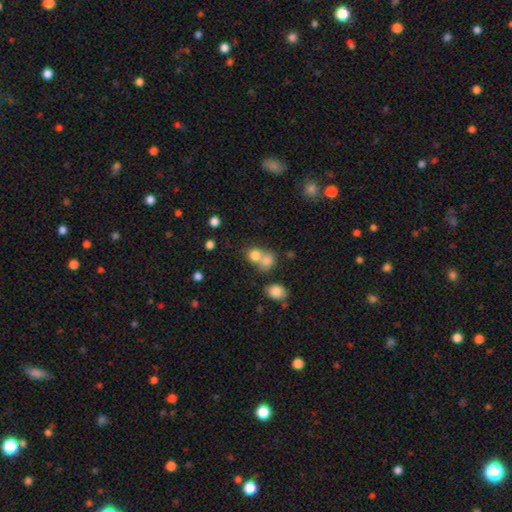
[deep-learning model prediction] Smooth or featured?
  - smooth: 80% *
  - star or artifact: 12%
  - featured or disk: 9%
How rounded?
  - round: 74% *
  - in between: 25%
  - cigar-shaped: 1%
Merging?
  - merger: 49% *
  - none: 39%
  - minor disturbance: 7%
  - major disturbance: 4%